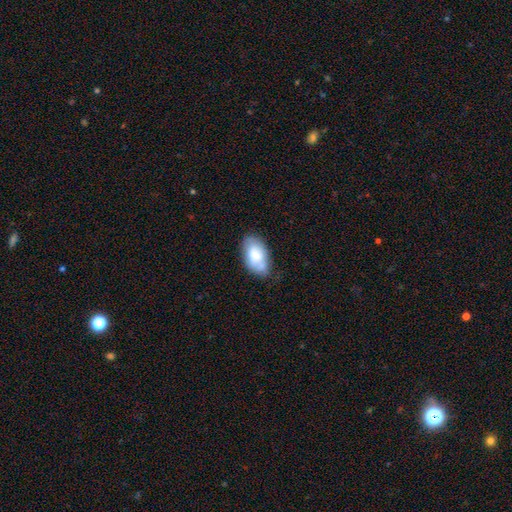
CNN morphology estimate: Smooth or featured?
  - smooth: 73% *
  - featured or disk: 20%
  - star or artifact: 7%
How rounded?
  - in between: 94% *
  - round: 5%
  - cigar-shaped: 2%
Merging?
  - none: 63% *
  - minor disturbance: 26%
  - major disturbance: 6%
  - merger: 5%